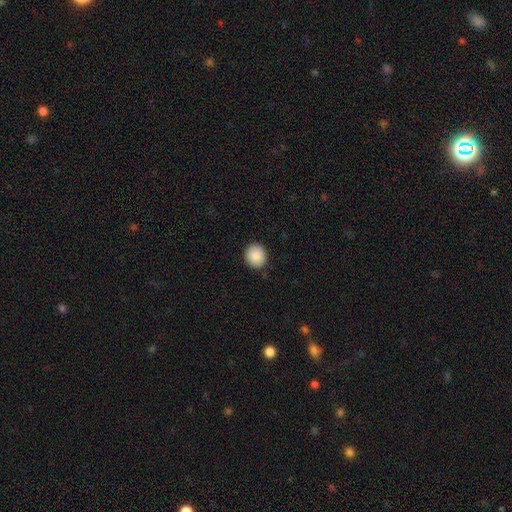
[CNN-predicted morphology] type=smooth (89%); roundness=round (80%); merging=none (91%).